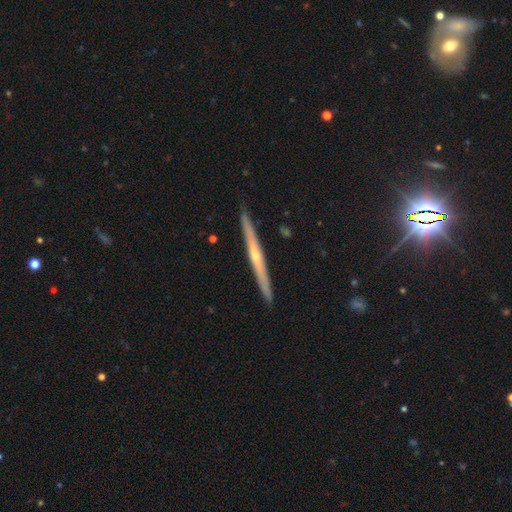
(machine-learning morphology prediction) This is likely a featured or disk galaxy (74%). It is clearly viewed edge-on (97%). Edge-on bulge: likely rounded (64%). Merging: clearly none (91%).